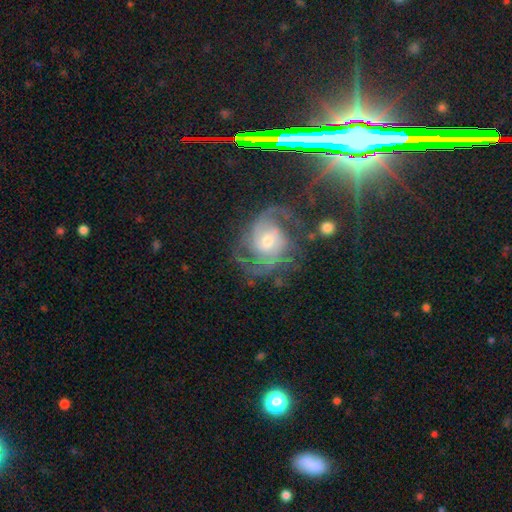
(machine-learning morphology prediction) smooth-or-featured: featured or disk: 65% | star or artifact: 23% | smooth: 11%
  disk-edge-on: no: 91% | yes: 9%
    bar: no: 62% | weak: 28% | strong: 10%
    has-spiral-arms: yes: 91% | no: 9%
      spiral-winding: tight: 57% | medium: 33% | loose: 10%
      spiral-arm-count: 2: 37% | can't tell: 33% | 3: 14% | 4: 6% | 1: 6% | more than 4: 5%
    bulge-size: moderate: 52% | small: 38% | large: 6% | none: 3% | dominant: 2%
  merging: none: 72% | minor disturbance: 15% | major disturbance: 10% | merger: 3%